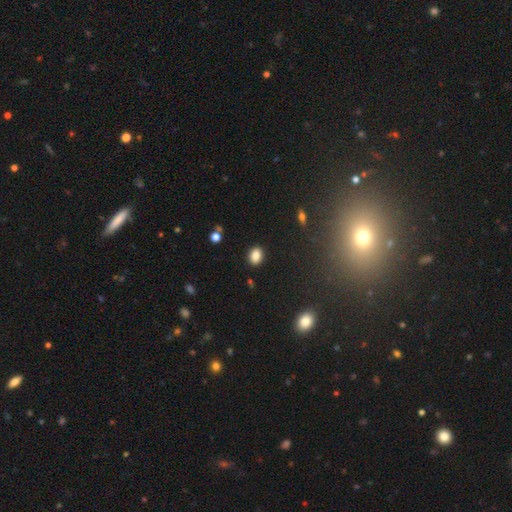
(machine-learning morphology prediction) smooth_or_featured: smooth (p=0.85) [alt: star or artifact p=0.10]
how_rounded: in between (p=0.69) [alt: round p=0.30]
merging: none (p=0.88) [alt: minor disturbance p=0.08]